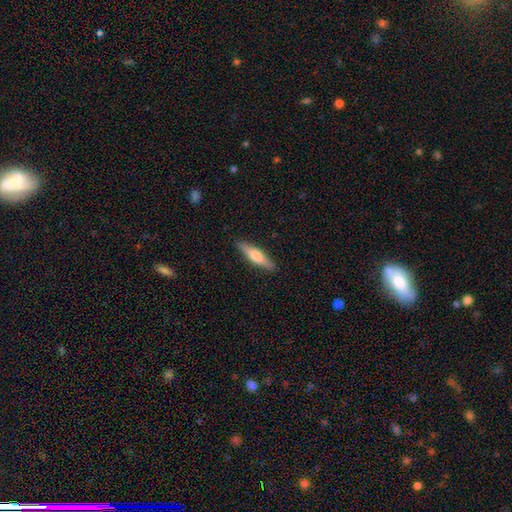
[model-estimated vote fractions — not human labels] Q: Smooth or featured?
A: smooth (48%); runner-up: featured or disk (46%)
Q: Merging?
A: none (89%); runner-up: minor disturbance (8%)